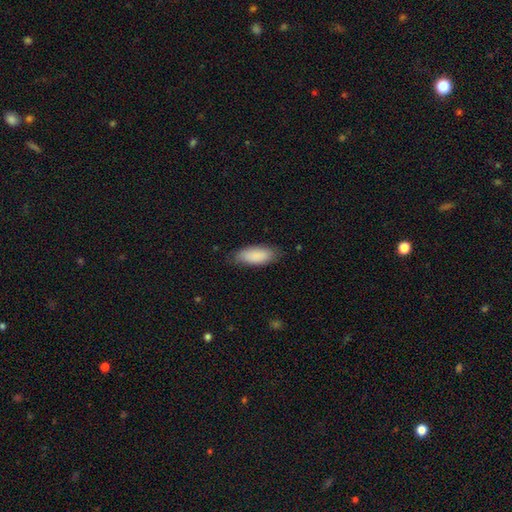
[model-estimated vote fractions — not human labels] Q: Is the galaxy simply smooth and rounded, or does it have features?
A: smooth — 88%.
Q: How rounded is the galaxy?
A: in between — 83%.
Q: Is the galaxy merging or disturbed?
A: none — 77%.